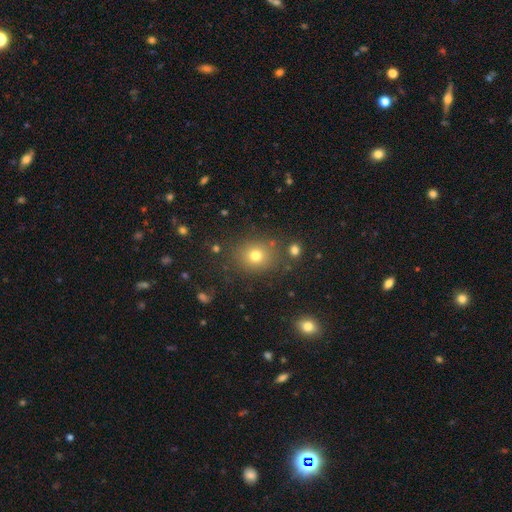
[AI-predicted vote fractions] A smooth galaxy with no disk features (74%) that is round (73%). Merging: none (81%).